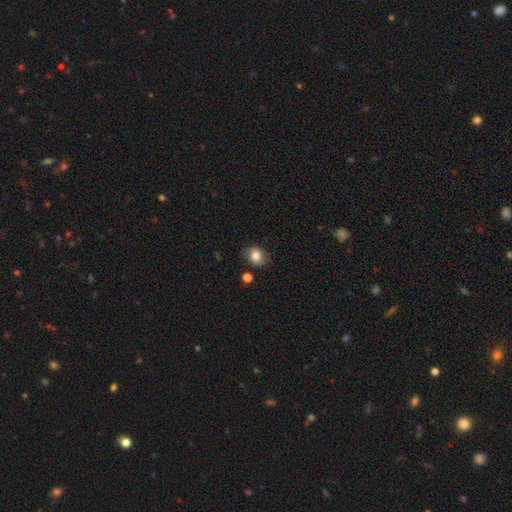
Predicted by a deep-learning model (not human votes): Q: Smooth or featured?
A: smooth (82%); runner-up: star or artifact (10%)
Q: How rounded?
A: round (57%); runner-up: in between (43%)
Q: Merging?
A: none (80%); runner-up: minor disturbance (13%)